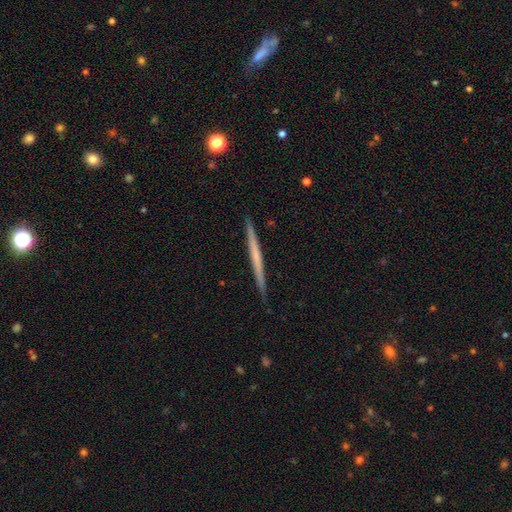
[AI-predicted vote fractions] A featured or disk galaxy (54%) viewed edge-on (98%) with no central bulge (86%).

Vote fractions:
- Smooth or featured? featured or disk: 54% / smooth: 40% / star or artifact: 5%
- Edge-on disk? yes: 98% / no: 2%
- Edge-on bulge? none: 86% / rounded: 10% / boxy: 4%
- Merging? none: 91% / minor disturbance: 6% / major disturbance: 1% / merger: 1%